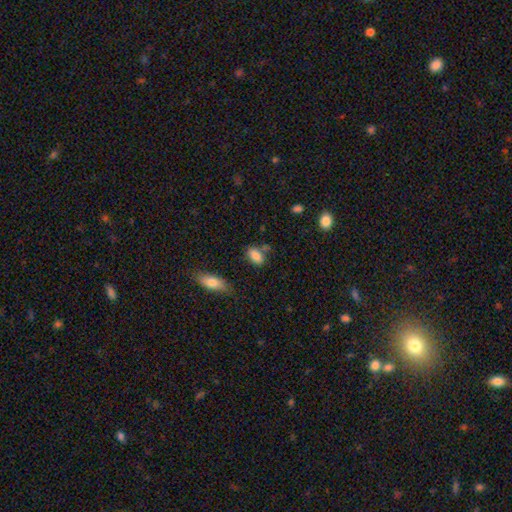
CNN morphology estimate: type=smooth (82%); roundness=in between (87%); merging=none (62%).